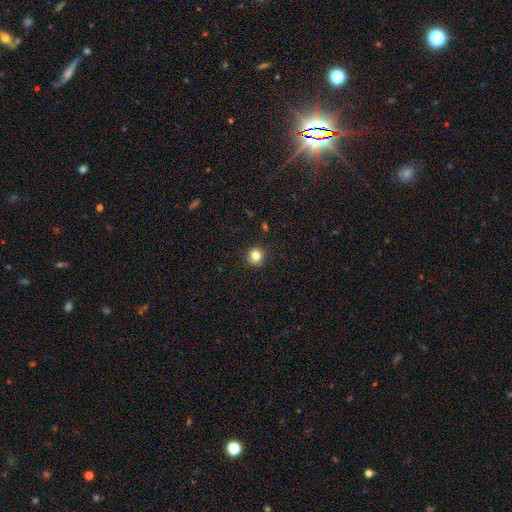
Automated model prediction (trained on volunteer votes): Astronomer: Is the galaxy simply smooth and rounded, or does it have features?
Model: smooth — 82%.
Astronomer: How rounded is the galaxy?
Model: round — 92%.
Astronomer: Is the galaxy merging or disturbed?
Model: none — 90%.